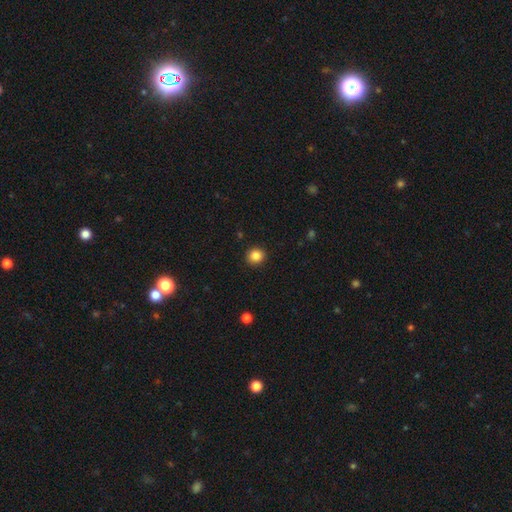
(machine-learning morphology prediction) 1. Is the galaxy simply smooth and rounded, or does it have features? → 85% smooth, 10% star or artifact, 5% featured or disk.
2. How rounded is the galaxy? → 90% round, 9% in between, 1% cigar-shaped.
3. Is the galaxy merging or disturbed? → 92% none, 5% minor disturbance, 2% major disturbance, 1% merger.